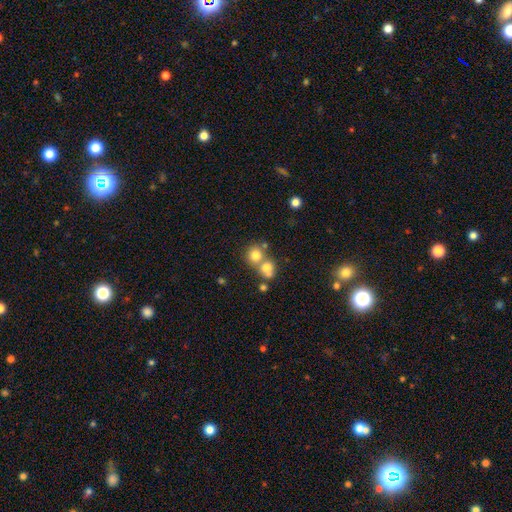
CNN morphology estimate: smooth_or_featured: smooth (p=0.76) [alt: star or artifact p=0.13]
how_rounded: round (p=0.86) [alt: in between p=0.13]
merging: none (p=0.46) [alt: merger p=0.43]